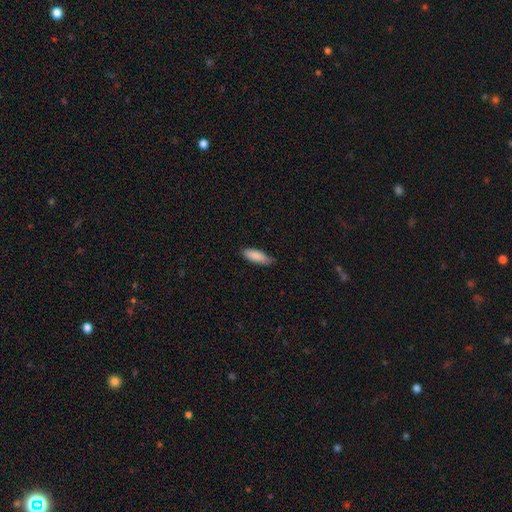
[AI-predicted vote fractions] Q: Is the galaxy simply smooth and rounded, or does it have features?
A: smooth — 87%.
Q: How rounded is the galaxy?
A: in between — 61%.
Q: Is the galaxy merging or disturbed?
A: none — 74%.